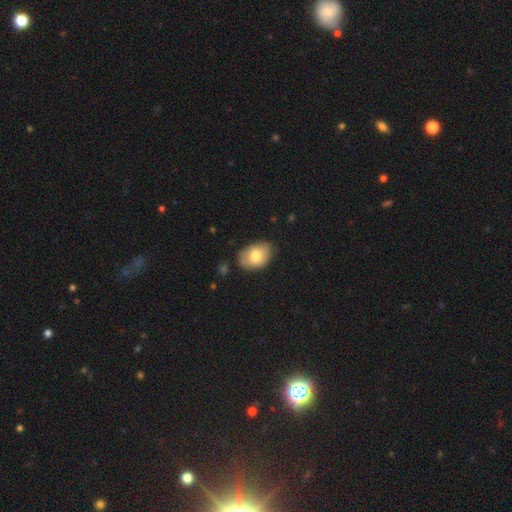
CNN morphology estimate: A smooth galaxy with no disk features (75%) that is in between round and cigar-shaped (85%).

Vote fractions:
- Smooth or featured? smooth: 75% / featured or disk: 19% / star or artifact: 6%
- How rounded? in between: 85% / round: 14% / cigar-shaped: 1%
- Merging? none: 73% / minor disturbance: 22% / major disturbance: 4% / merger: 2%